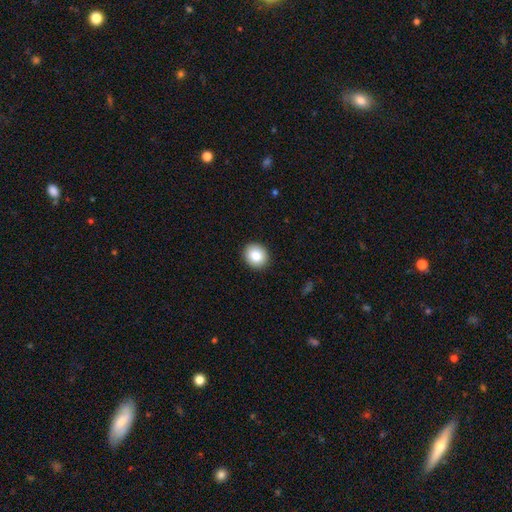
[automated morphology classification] This appears to be a smooth galaxy with no disk features (83%) that is round (82%). Merging: none (92%).